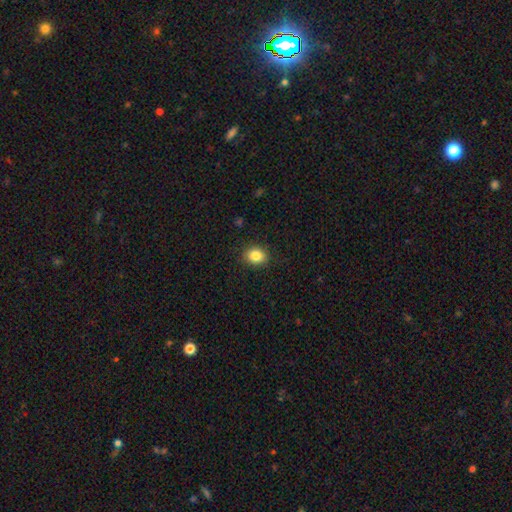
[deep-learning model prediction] Overall: smooth (85%). How rounded: round (58%; in between 41%). Merging: none (87%).